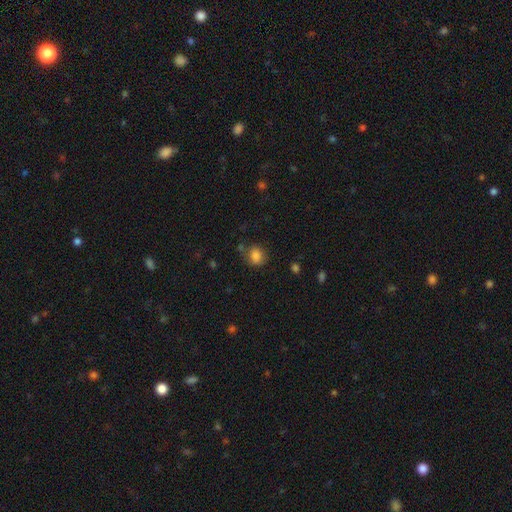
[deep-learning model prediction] smooth-or-featured: smooth: 82% | star or artifact: 11% | featured or disk: 8%
  how-rounded: round: 63% | in between: 36% | cigar-shaped: 1%
  merging: none: 68% | minor disturbance: 18% | merger: 7% | major disturbance: 7%